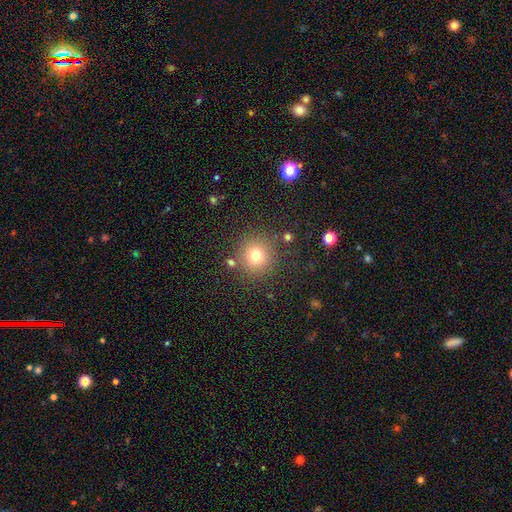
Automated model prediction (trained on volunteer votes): smooth 76%, star or artifact 15%, featured or disk 9%. Down the decision tree: how rounded — round (93%); merging — none (83%).